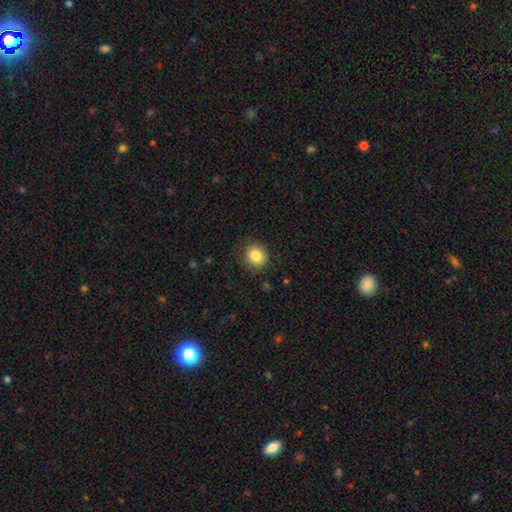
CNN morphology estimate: smooth_or_featured: smooth (p=0.84) [alt: star or artifact p=0.10]
how_rounded: round (p=0.88) [alt: in between p=0.11]
merging: none (p=0.86) [alt: minor disturbance p=0.10]